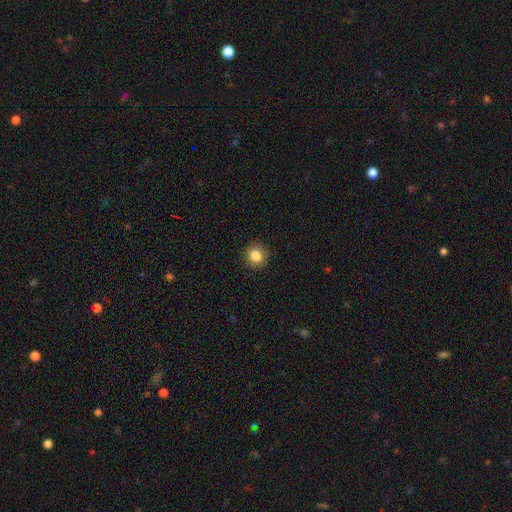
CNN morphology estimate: smooth-or-featured: smooth: 85% | star or artifact: 10% | featured or disk: 4%
  how-rounded: round: 85% | in between: 14% | cigar-shaped: 1%
  merging: none: 90% | minor disturbance: 7% | major disturbance: 2% | merger: 1%